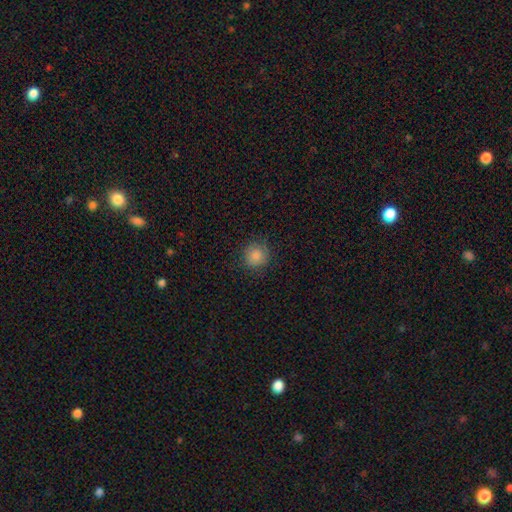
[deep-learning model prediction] Overall: smooth (83%). How rounded: round (93%). Merging: none (87%).